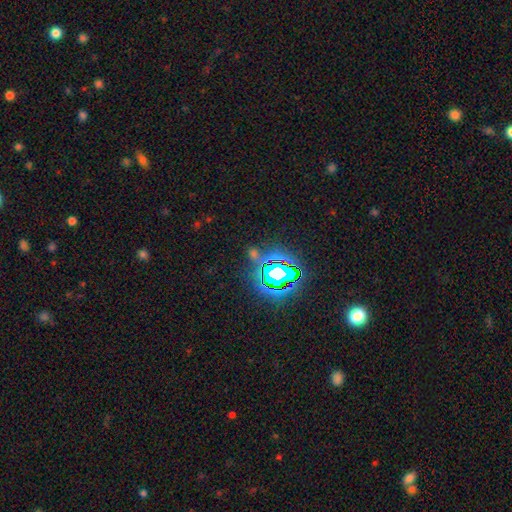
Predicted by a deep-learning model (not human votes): This appears to be a star or artifact, not a galaxy (75%).